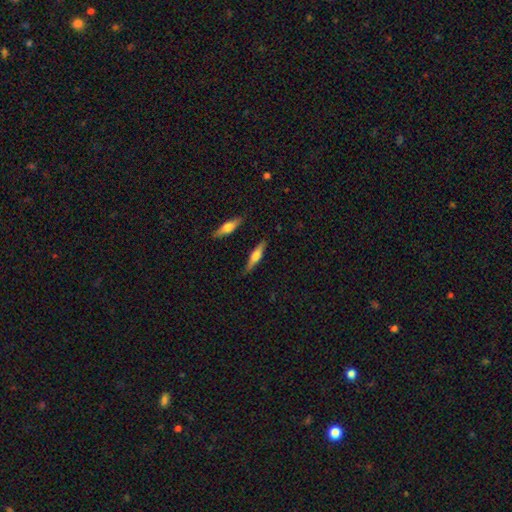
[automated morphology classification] smooth_or_featured: featured or disk (p=0.51) [alt: smooth p=0.43]
disk_edge_on: yes (p=0.95) [alt: no p=0.05]
merging: none (p=0.84) [alt: minor disturbance p=0.10]